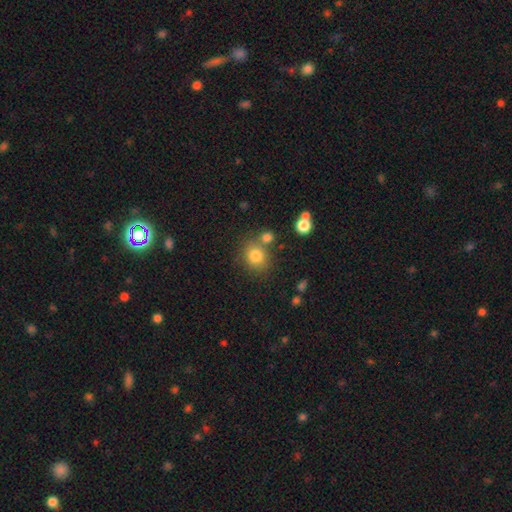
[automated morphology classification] Smooth or featured? Predicted: smooth (p=0.80). How rounded? Predicted: round (p=0.79). Merging? Predicted: none (p=0.67).